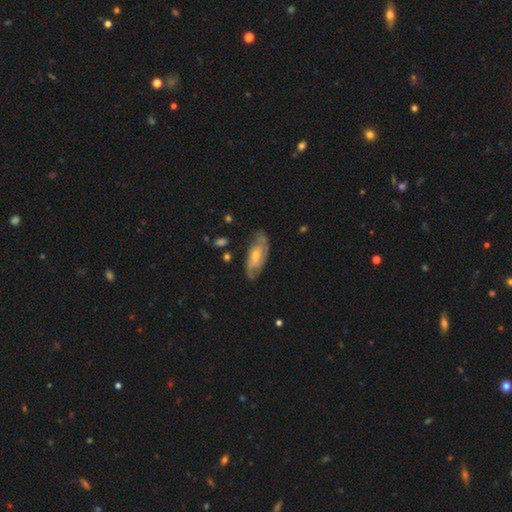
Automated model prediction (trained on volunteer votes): smooth-or-featured: featured or disk: 70% | smooth: 23% | star or artifact: 7%
  disk-edge-on: no: 88% | yes: 12%
    bar: no: 61% | weak: 31% | strong: 8%
    has-spiral-arms: yes: 84% | no: 16%
      spiral-winding: tight: 48% | medium: 38% | loose: 15%
      spiral-arm-count: 2: 59% | can't tell: 30% | 3: 5% | 1: 3% | 4: 2% | more than 4: 2%
    bulge-size: moderate: 51% | small: 44% | large: 3% | none: 2% | dominant: 1%
  merging: none: 76% | minor disturbance: 17% | major disturbance: 5% | merger: 2%